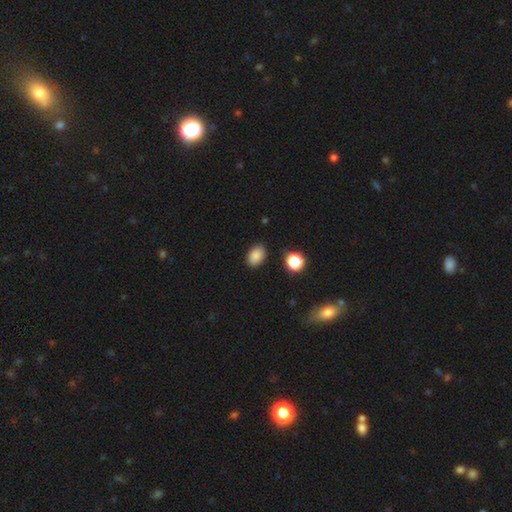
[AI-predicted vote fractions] Q: Smooth or featured?
A: smooth (86%); runner-up: star or artifact (10%)
Q: How rounded?
A: in between (77%); runner-up: round (22%)
Q: Merging?
A: none (85%); runner-up: minor disturbance (10%)